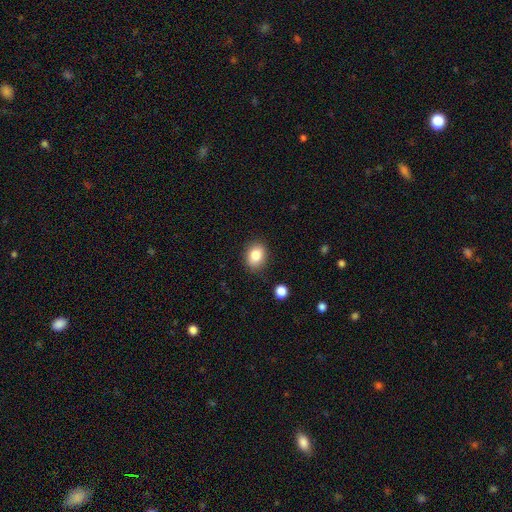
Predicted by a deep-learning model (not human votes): Q: Smooth or featured?
A: smooth (84%); runner-up: star or artifact (9%)
Q: How rounded?
A: in between (59%); runner-up: round (40%)
Q: Merging?
A: none (84%); runner-up: minor disturbance (11%)